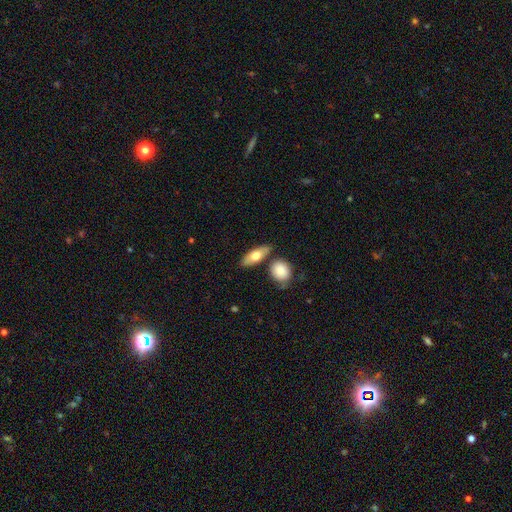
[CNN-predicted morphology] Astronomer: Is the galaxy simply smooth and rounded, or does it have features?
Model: smooth — 68%.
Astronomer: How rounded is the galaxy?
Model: in between — 71%.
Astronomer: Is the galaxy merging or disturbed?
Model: none — 73%.